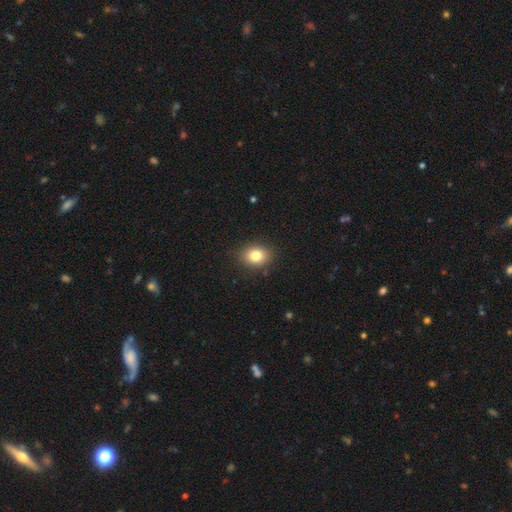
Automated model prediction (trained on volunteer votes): A smooth galaxy with no disk features (81%) that is in between round and cigar-shaped (55%). Merging: none (86%).